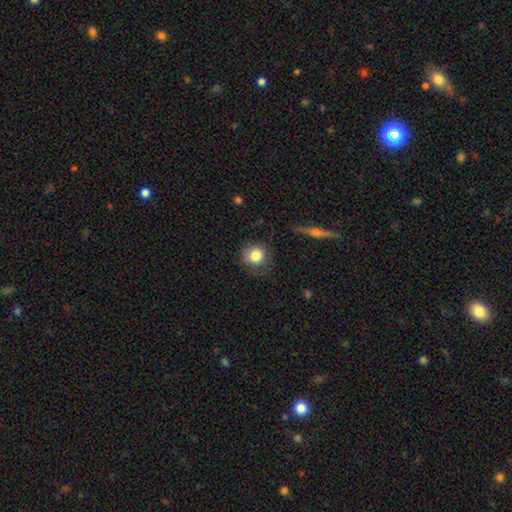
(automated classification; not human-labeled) Smooth or featured? Predicted: smooth (p=0.83). How rounded? Predicted: round (p=0.88). Merging? Predicted: none (p=0.76).